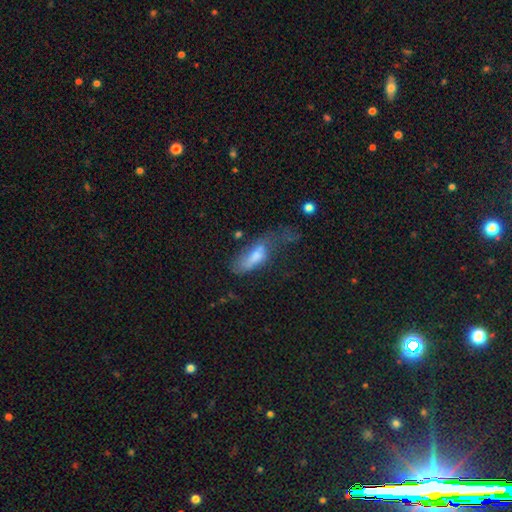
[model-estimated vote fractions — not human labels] smooth_or_featured: smooth (p=0.58) [alt: featured or disk p=0.32]
how_rounded: in between (p=0.65) [alt: cigar-shaped p=0.32]
merging: major disturbance (p=0.47) [alt: minor disturbance p=0.23]